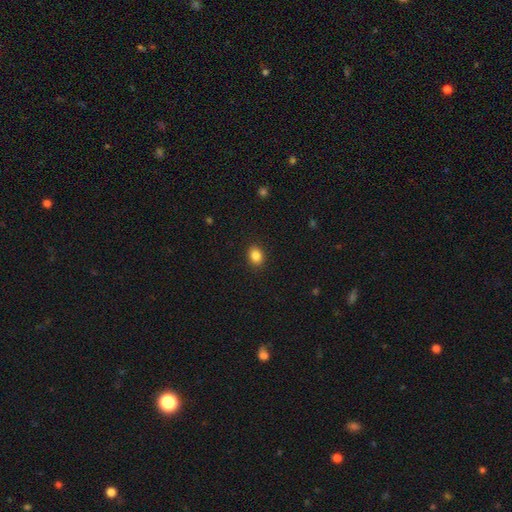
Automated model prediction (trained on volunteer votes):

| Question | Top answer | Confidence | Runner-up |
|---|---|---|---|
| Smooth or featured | smooth | 86% | star or artifact (10%) |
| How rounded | in between | 52% | round (47%) |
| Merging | none | 90% | minor disturbance (7%) |